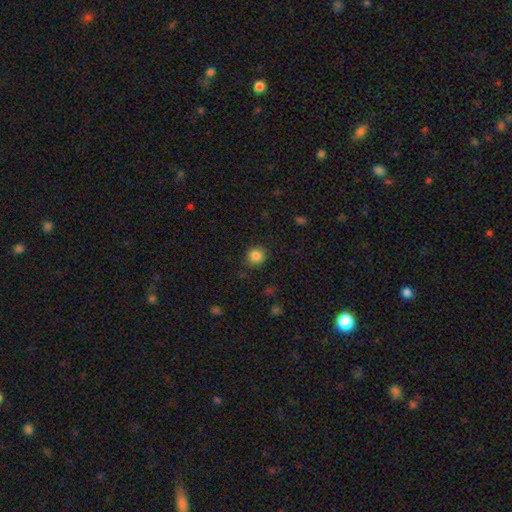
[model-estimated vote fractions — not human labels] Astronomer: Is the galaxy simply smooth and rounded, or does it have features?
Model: smooth — 85%.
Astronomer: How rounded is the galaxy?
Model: round — 91%.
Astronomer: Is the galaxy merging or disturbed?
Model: none — 87%.